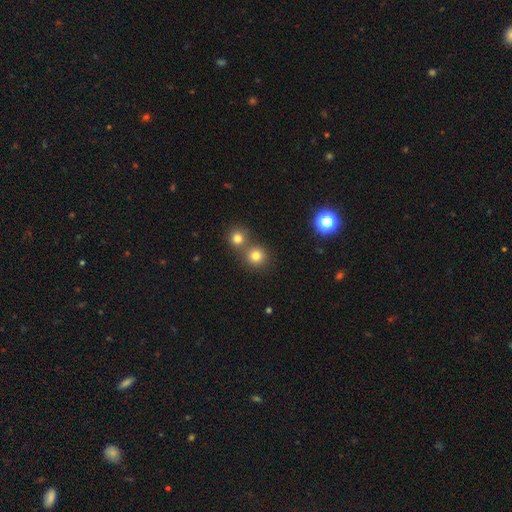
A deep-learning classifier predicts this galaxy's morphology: Q: Smooth or featured?
A: smooth (77%); runner-up: star or artifact (16%)
Q: How rounded?
A: round (90%); runner-up: in between (9%)
Q: Merging?
A: none (62%); runner-up: merger (30%)